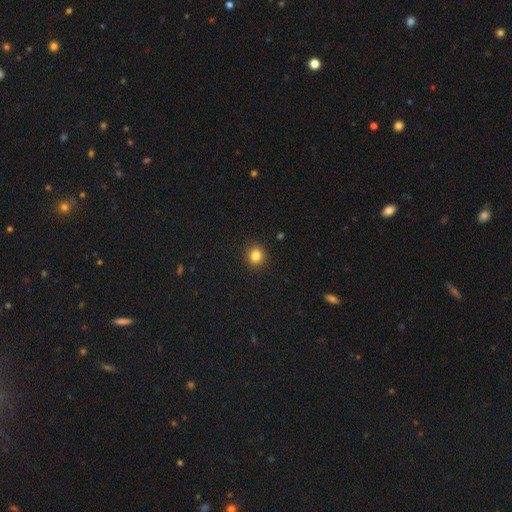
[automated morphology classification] smooth-or-featured: smooth: 83% | star or artifact: 12% | featured or disk: 5%
  how-rounded: round: 82% | in between: 17% | cigar-shaped: 1%
  merging: none: 91% | minor disturbance: 6% | major disturbance: 2% | merger: 1%